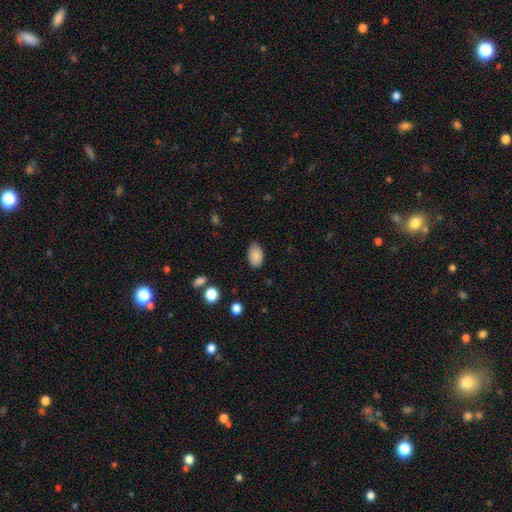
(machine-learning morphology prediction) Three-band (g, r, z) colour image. It shows a smooth galaxy with no disk features (88%) that is in between round and cigar-shaped (92%). Merging: none (84%).